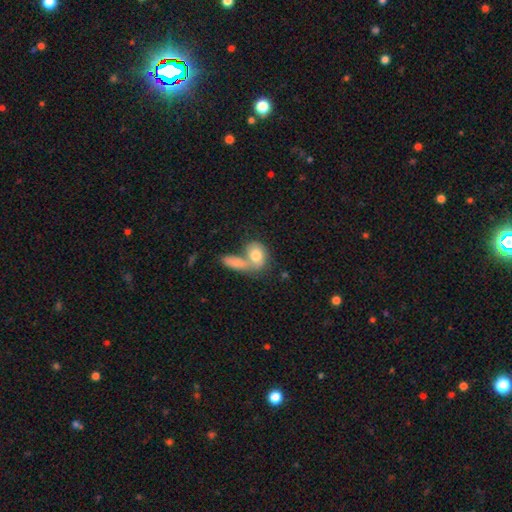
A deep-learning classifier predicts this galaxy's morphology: This appears to be a smooth galaxy with no disk features (77%) that is in between round and cigar-shaped (70%). Merging: merger (55%).